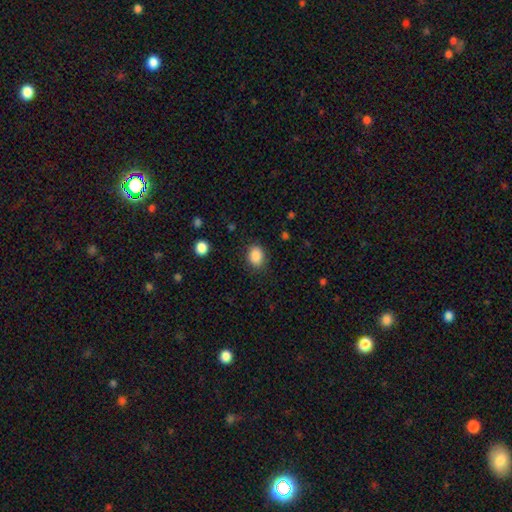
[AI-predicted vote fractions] Overall: smooth (88%). How rounded: in between (62%; round 37%). Merging: none (85%).